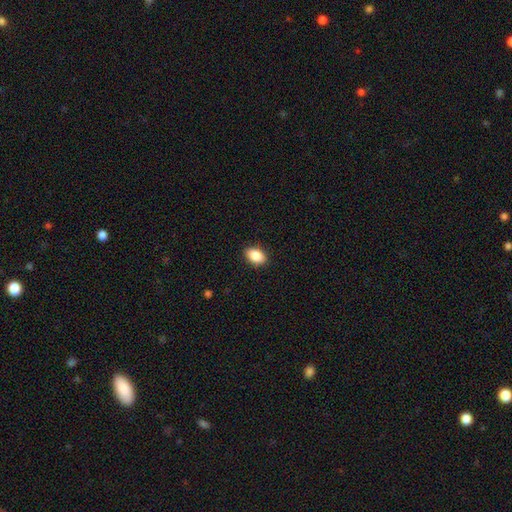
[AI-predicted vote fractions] This appears to be a smooth galaxy with no disk features (88%) that is in between round and cigar-shaped (88%). Merging: none (89%).